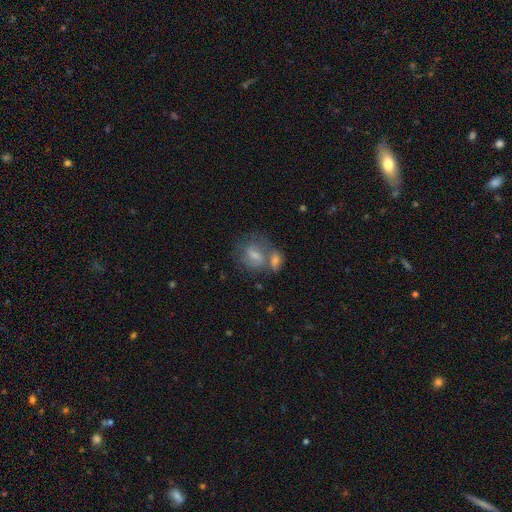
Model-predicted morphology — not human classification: This is possibly a smooth galaxy (49%). Merging: possibly merger (46%).